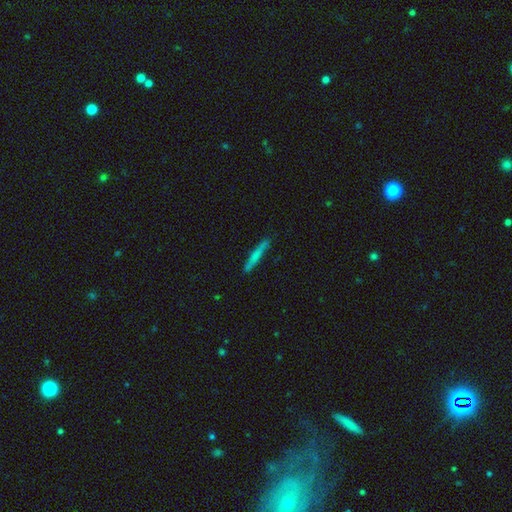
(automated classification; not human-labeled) smooth-or-featured: smooth: 61% | featured or disk: 32% | star or artifact: 6%
  how-rounded: cigar-shaped: 95% | in between: 3% | round: 2%
  merging: none: 88% | minor disturbance: 9% | major disturbance: 2% | merger: 1%